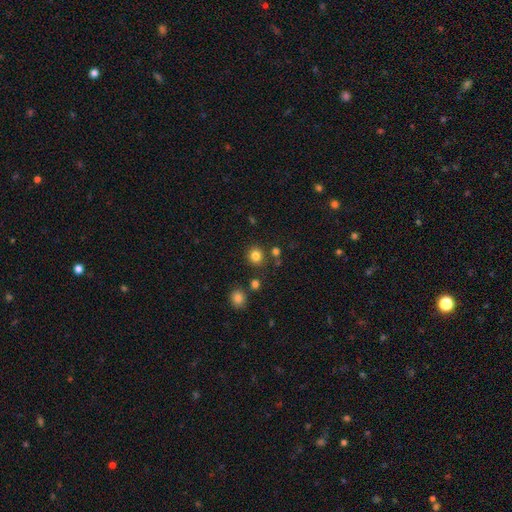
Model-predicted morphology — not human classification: Smooth or featured? smooth (82%)
How rounded? round (87%)
Merging? none (84%)